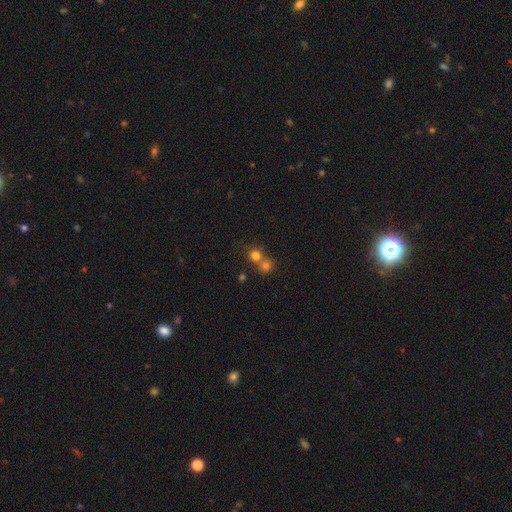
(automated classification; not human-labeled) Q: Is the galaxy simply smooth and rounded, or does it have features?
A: smooth — 75%.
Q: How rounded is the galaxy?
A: round — 88%.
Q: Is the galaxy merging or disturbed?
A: none — 48%.